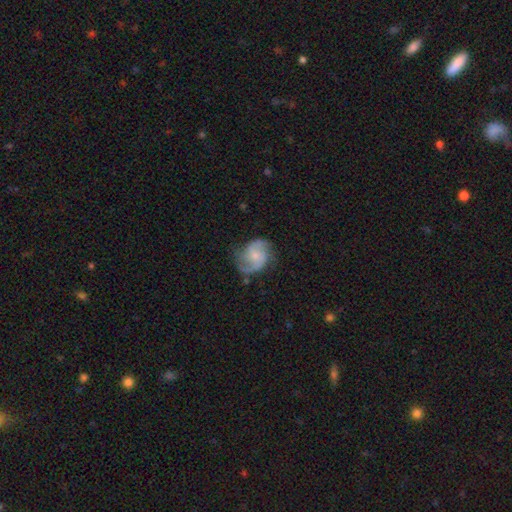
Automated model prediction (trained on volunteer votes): Q: Smooth or featured?
A: featured or disk (78%); runner-up: smooth (16%)
Q: Edge-on disk?
A: no (98%); runner-up: yes (2%)
Q: Bar?
A: no (57%); runner-up: weak (37%)
Q: Spiral arms?
A: yes (95%); runner-up: no (5%)
Q: Spiral winding?
A: medium (50%); runner-up: loose (30%)
Q: Spiral arm count?
A: 2 (83%); runner-up: can't tell (6%)
Q: Bulge size?
A: small (53%); runner-up: moderate (34%)
Q: Merging?
A: none (67%); runner-up: minor disturbance (21%)